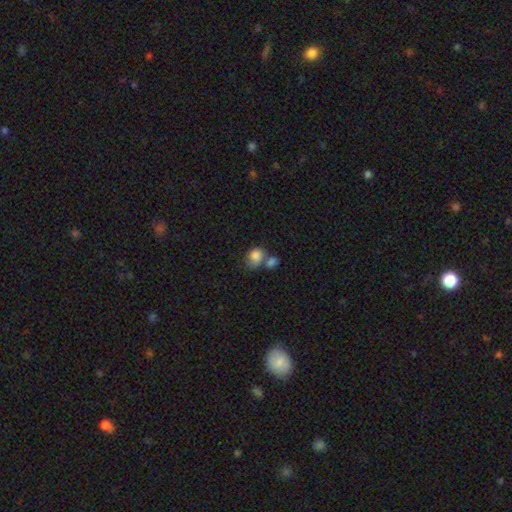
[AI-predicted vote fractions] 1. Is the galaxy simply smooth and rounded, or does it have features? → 82% smooth, 9% featured or disk, 8% star or artifact.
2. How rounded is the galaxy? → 54% round, 45% in between, 1% cigar-shaped.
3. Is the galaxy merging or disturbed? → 47% merger, 31% none, 15% minor disturbance, 8% major disturbance.